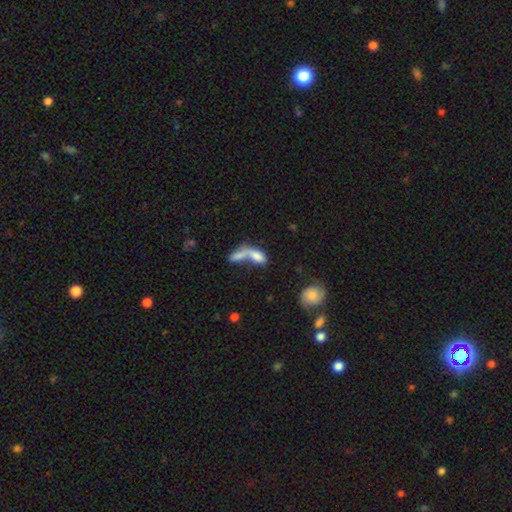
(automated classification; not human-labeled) smooth-or-featured: smooth: 74% | featured or disk: 17% | star or artifact: 9%
  how-rounded: in between: 75% | cigar-shaped: 20% | round: 5%
  merging: merger: 70% | none: 16% | major disturbance: 8% | minor disturbance: 6%